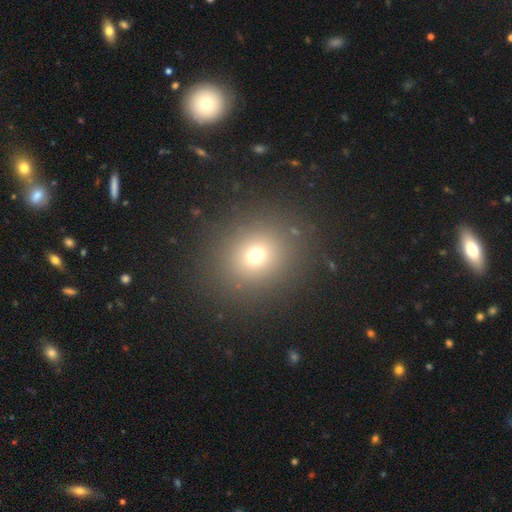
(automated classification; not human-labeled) smooth-or-featured: smooth: 70% | star or artifact: 20% | featured or disk: 11%
  how-rounded: round: 79% | in between: 20% | cigar-shaped: 1%
  merging: none: 87% | minor disturbance: 7% | major disturbance: 5% | merger: 2%